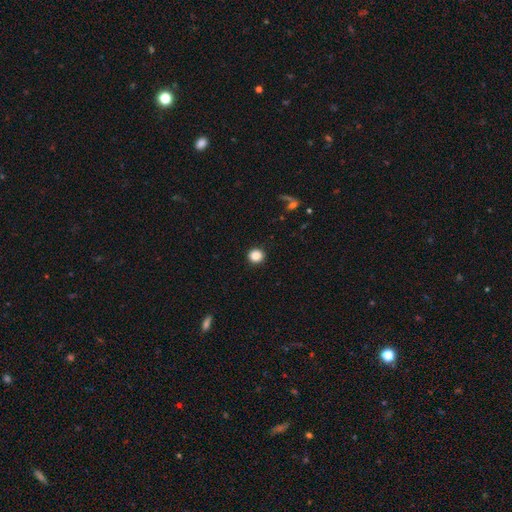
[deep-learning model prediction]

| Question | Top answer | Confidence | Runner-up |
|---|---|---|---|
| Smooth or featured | smooth | 87% | star or artifact (10%) |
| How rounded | round | 92% | in between (7%) |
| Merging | none | 92% | minor disturbance (5%) |